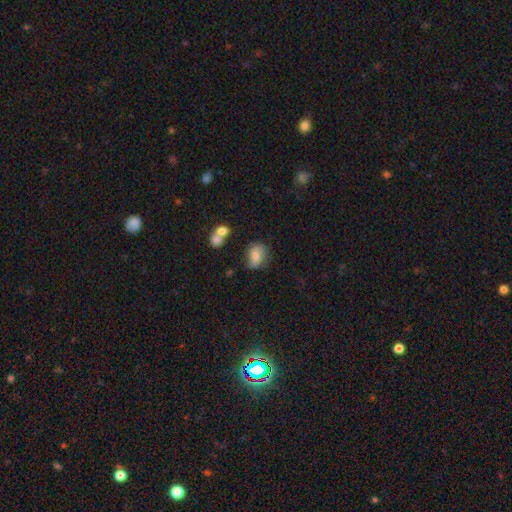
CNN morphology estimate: This is likely a smooth galaxy (71%). How rounded: likely in between (65%). Merging: possibly none (59%).